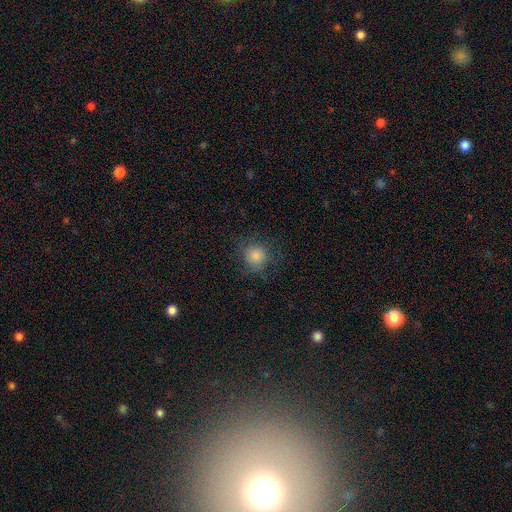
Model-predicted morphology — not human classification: type=smooth (74%); roundness=round (90%); merging=none (75%).